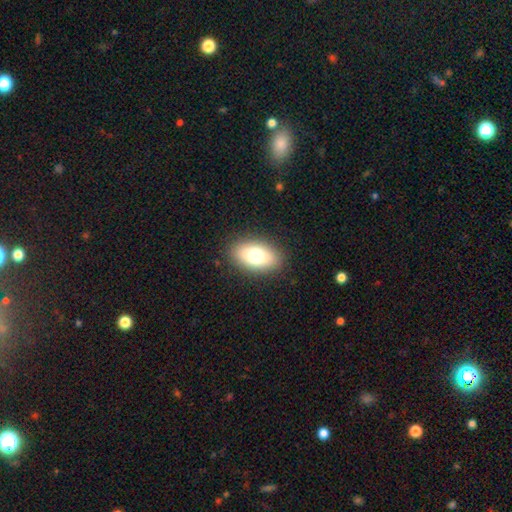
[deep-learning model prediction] Overall: smooth (75%). How rounded: in between (90%). Merging: none (87%).